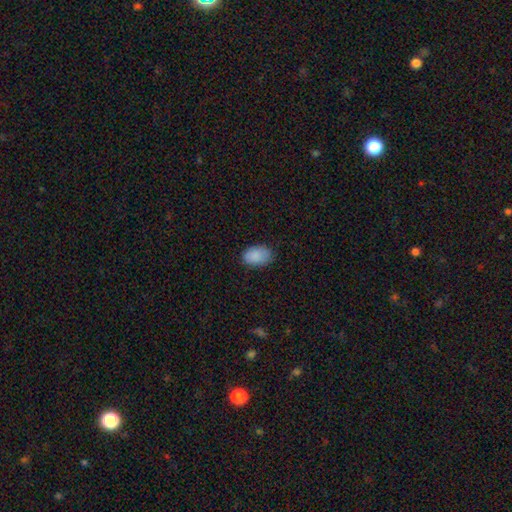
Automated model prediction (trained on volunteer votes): This appears to be a smooth galaxy with no disk features (88%) that is in between round and cigar-shaped (88%). Merging: none (78%).